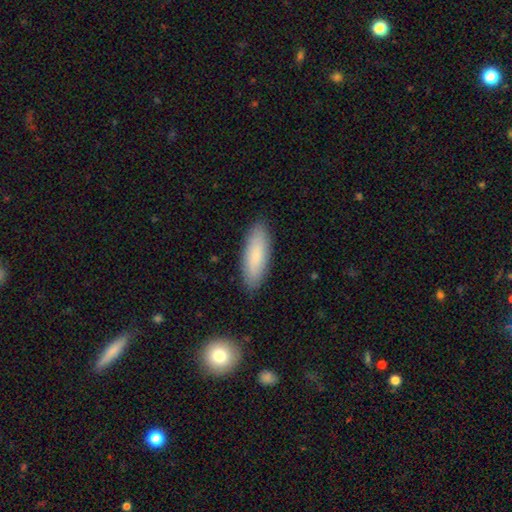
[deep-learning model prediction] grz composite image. It shows a smooth galaxy with no disk features (82%) that is in between round and cigar-shaped (56%). Merging: none (87%).